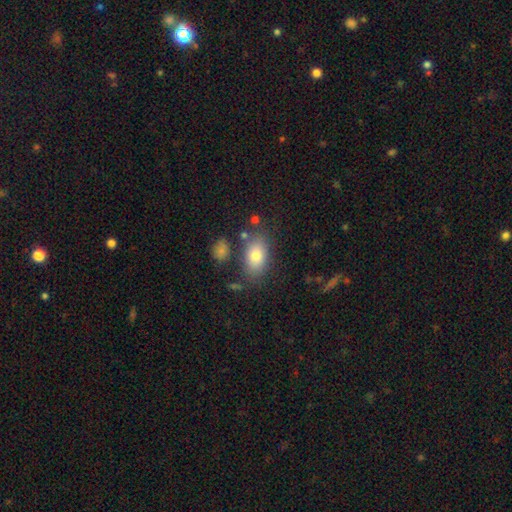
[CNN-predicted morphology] A smooth galaxy with no disk features (78%) that is in between round and cigar-shaped (89%).

Vote fractions:
- Smooth or featured? smooth: 78% / featured or disk: 13% / star or artifact: 9%
- How rounded? in between: 89% / round: 9% / cigar-shaped: 2%
- Merging? none: 75% / minor disturbance: 14% / merger: 6% / major disturbance: 5%